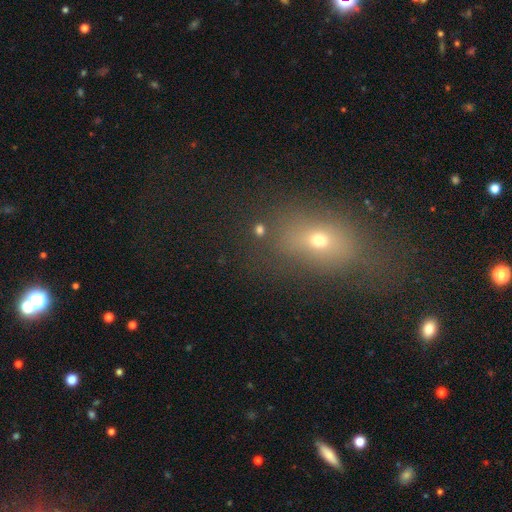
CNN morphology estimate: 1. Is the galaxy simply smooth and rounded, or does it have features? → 56% smooth, 27% star or artifact, 16% featured or disk.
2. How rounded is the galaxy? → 64% in between, 29% round, 6% cigar-shaped.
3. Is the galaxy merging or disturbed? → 69% none, 15% minor disturbance, 12% major disturbance, 4% merger.